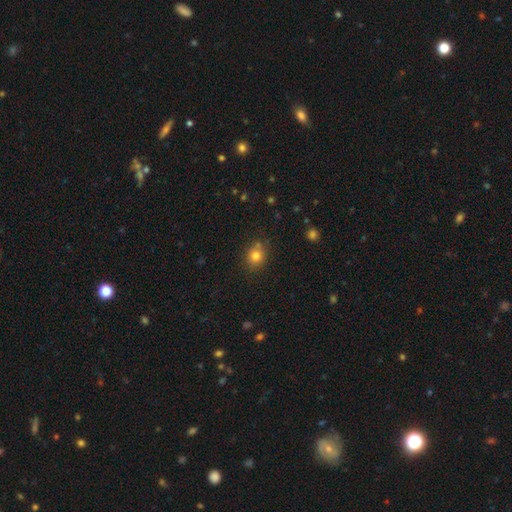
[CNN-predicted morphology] Smooth or featured? Predicted: smooth (p=0.81). How rounded? Predicted: round (p=0.69). Merging? Predicted: none (p=0.74).